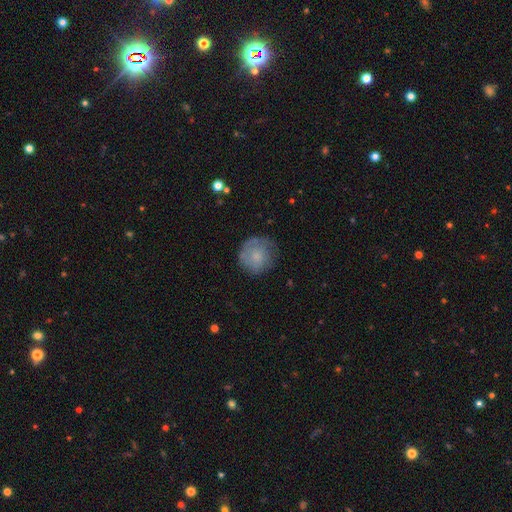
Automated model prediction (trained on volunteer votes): Smooth or featured? Predicted: smooth (p=0.62). How rounded? Predicted: round (p=0.89). Merging? Predicted: none (p=0.66).